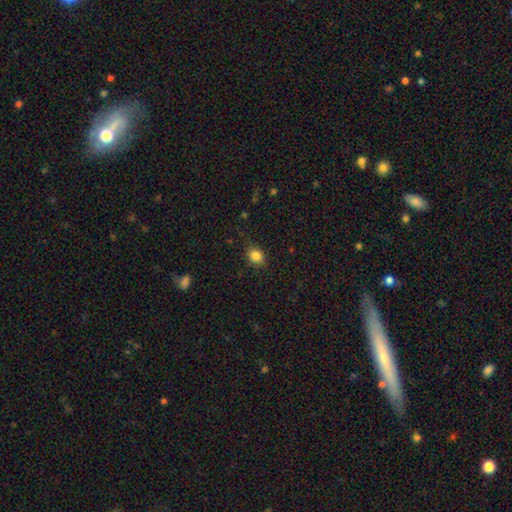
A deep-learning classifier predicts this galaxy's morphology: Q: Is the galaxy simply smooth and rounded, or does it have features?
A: smooth — 84%.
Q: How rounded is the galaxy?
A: round — 55%.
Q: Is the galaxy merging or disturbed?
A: none — 81%.